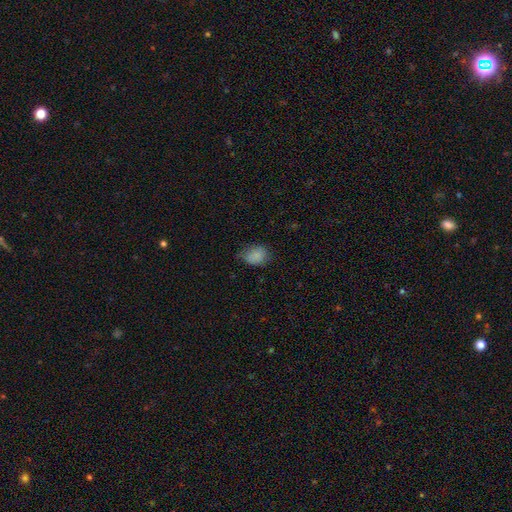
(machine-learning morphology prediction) Q: Smooth or featured?
A: smooth (83%); runner-up: star or artifact (10%)
Q: How rounded?
A: in between (63%); runner-up: round (36%)
Q: Merging?
A: none (55%); runner-up: minor disturbance (34%)